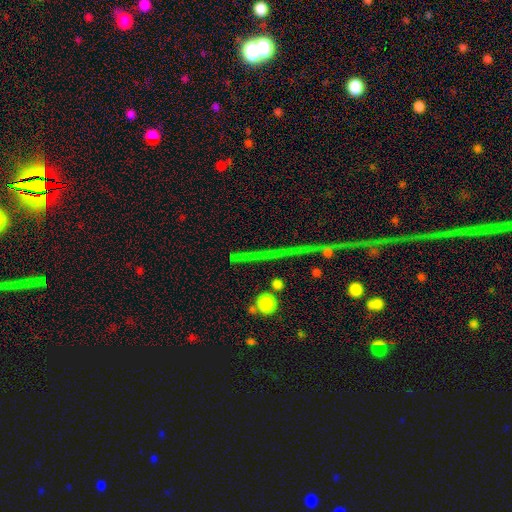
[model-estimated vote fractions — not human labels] The model was most divided on "smooth or featured": star or artifact: 79%, smooth: 11%, featured or disk: 10%.